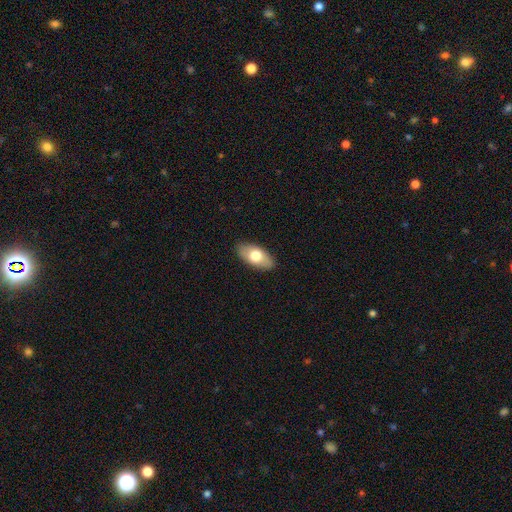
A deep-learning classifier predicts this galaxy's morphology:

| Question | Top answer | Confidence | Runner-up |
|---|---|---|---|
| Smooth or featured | smooth | 70% | featured or disk (24%) |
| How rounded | in between | 92% | cigar-shaped (4%) |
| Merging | none | 88% | minor disturbance (9%) |